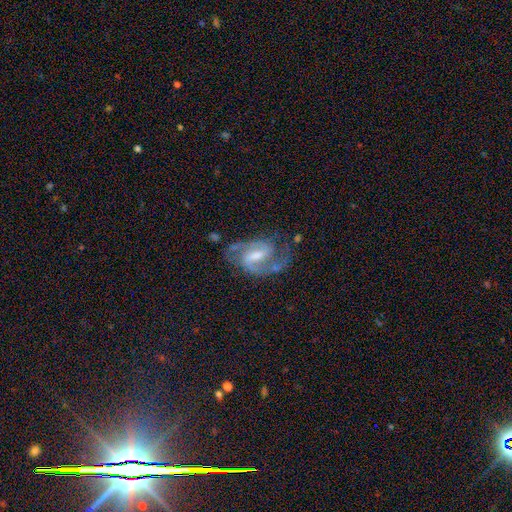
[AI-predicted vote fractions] Overall: featured or disk (90%). Edge-on disk: no (98%). Bar: weak (55%; strong 32%). Spiral arms: yes (98%). Spiral arm count: 2 (92%). Spiral winding: medium (62%; tight 23%). Bulge size: moderate (49%; small 35%). Merging: none (72%).